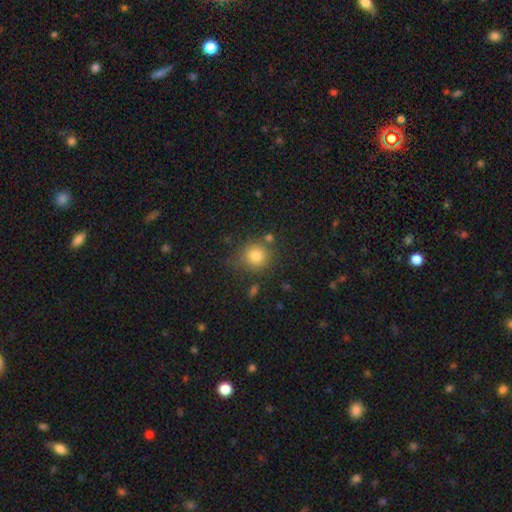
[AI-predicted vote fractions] smooth 81%, star or artifact 11%, featured or disk 8%. Down the decision tree: how rounded — round (89%); merging — none (71%).